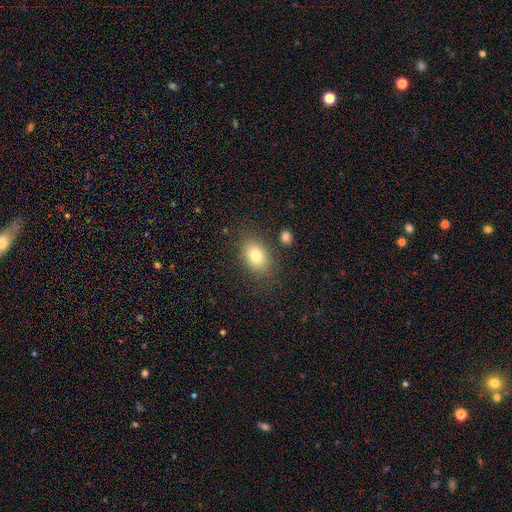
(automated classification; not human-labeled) A smooth galaxy with no disk features (79%) that is in between round and cigar-shaped (80%).

Vote fractions:
- Smooth or featured? smooth: 79% / featured or disk: 12% / star or artifact: 9%
- How rounded? in between: 80% / round: 19% / cigar-shaped: 1%
- Merging? none: 79% / minor disturbance: 13% / major disturbance: 4% / merger: 4%